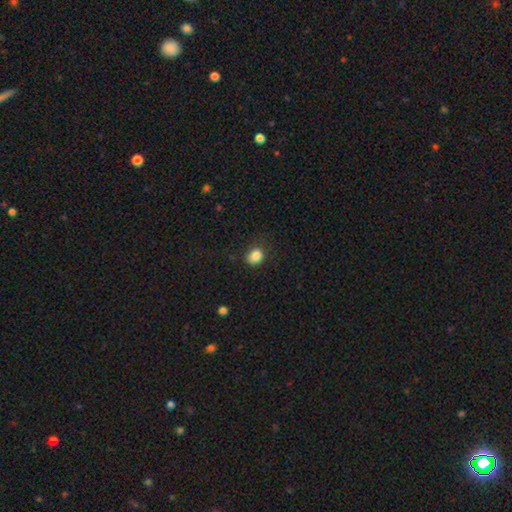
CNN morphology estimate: Smooth or featured: smooth — 86% (star or artifact — 10%)
How rounded: round — 54% (in between — 45%)
Merging: none — 75% (minor disturbance — 19%)